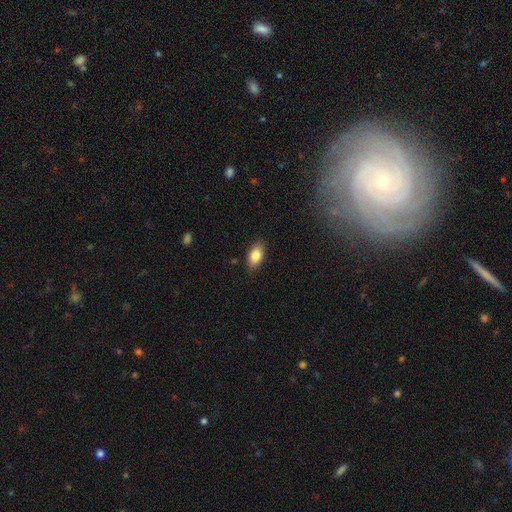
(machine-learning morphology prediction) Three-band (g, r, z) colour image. It shows a smooth galaxy with no disk features (83%) that is in between round and cigar-shaped (90%). Merging: none (84%).